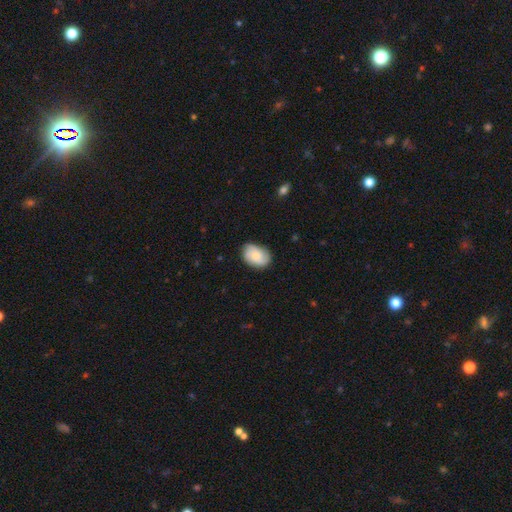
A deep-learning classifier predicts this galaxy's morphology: type=smooth (62%); roundness=in between (81%); merging=none (79%).